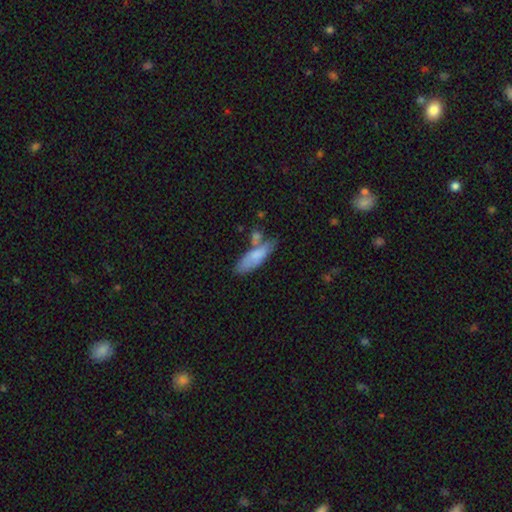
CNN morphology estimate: Overall: smooth (75%). How rounded: in between (54%; cigar-shaped 43%). Merging: none (48%; minor disturbance 24%).